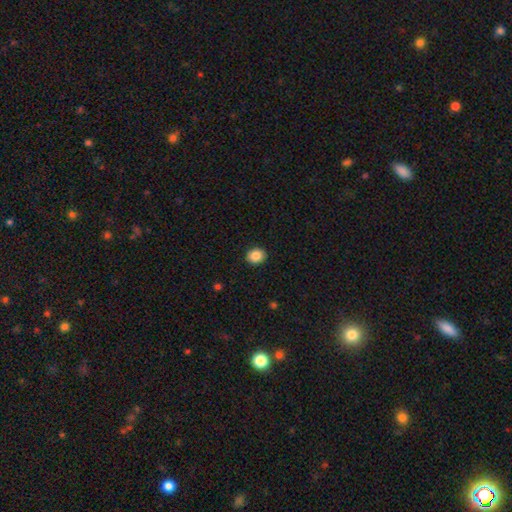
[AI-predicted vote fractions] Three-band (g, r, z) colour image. It shows a smooth galaxy with no disk features (87%) that is round (62%). Merging: none (91%).